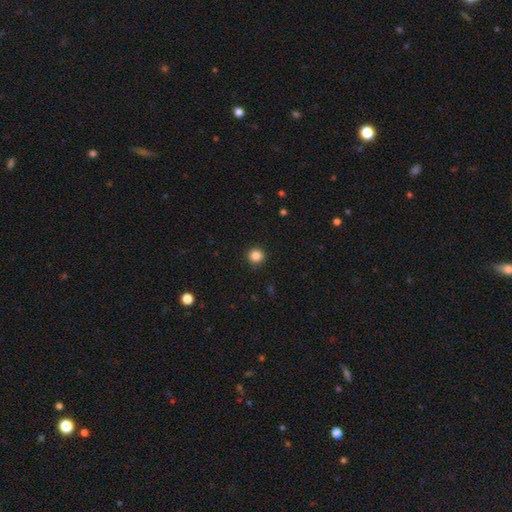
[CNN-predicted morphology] Overall: smooth (85%). How rounded: round (94%). Merging: none (93%).